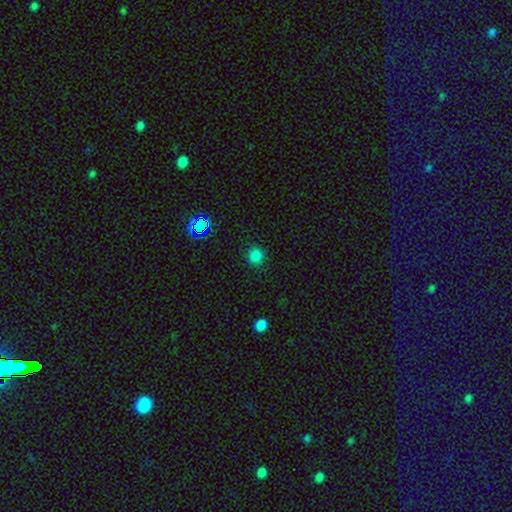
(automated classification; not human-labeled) Smooth or featured? Predicted: smooth (p=0.79). How rounded? Predicted: round (p=0.90). Merging? Predicted: none (p=0.89).